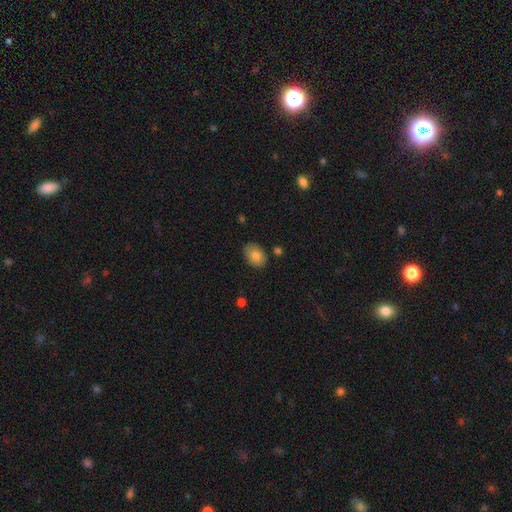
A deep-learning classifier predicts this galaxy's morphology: Overall: smooth (81%). How rounded: in between (81%). Merging: none (81%).